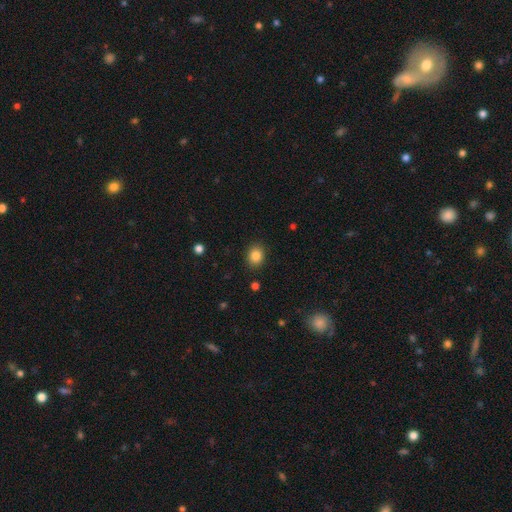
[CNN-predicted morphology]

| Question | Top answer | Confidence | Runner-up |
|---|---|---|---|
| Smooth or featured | smooth | 84% | star or artifact (10%) |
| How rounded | round | 52% | in between (47%) |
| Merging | none | 88% | minor disturbance (9%) |